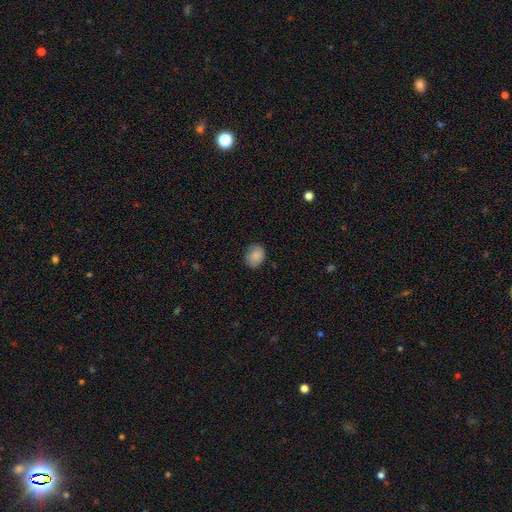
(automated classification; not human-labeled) Smooth or featured? Predicted: smooth (p=0.85). How rounded? Predicted: in between (p=0.53). Merging? Predicted: none (p=0.82).